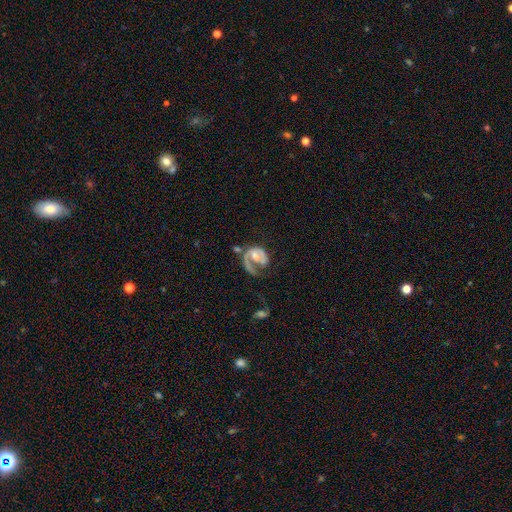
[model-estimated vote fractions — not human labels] This appears to be a featured or disk galaxy (77%) with no bar (45%), 1 (74%) medium (38%) spiral arms (85%) and a moderate central bulge (41%). Merging: major disturbance (43%).